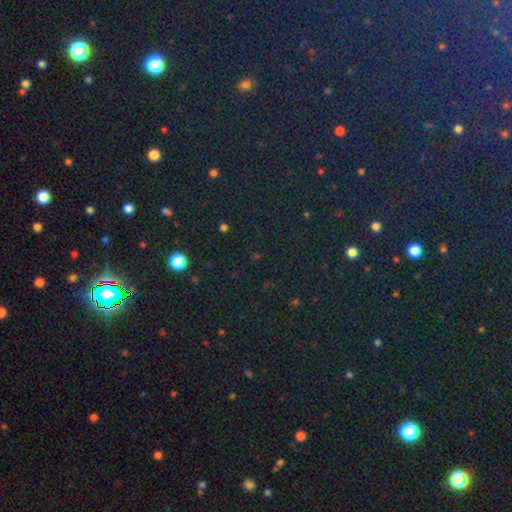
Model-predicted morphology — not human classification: This is likely a star or artifact rather than a galaxy (79%).